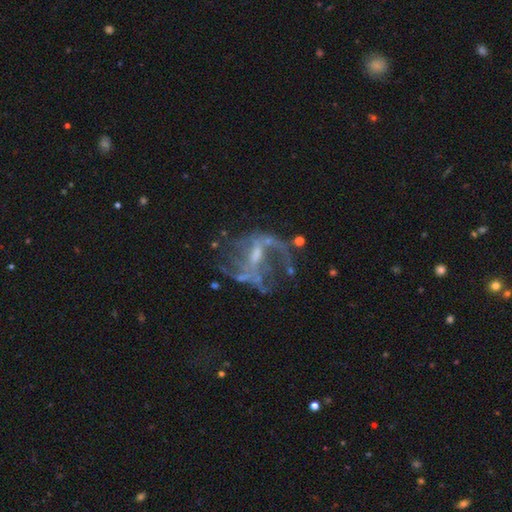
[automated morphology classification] Smooth or featured: featured or disk — 82% (star or artifact — 11%)
Edge-on disk: no — 97% (yes — 3%)
Bar: weak — 50% (no — 27%)
Spiral arms: yes — 77% (no — 23%)
Spiral winding: loose — 59% (medium — 32%)
Spiral arm count: 2 — 54% (can't tell — 20%)
Bulge size: small — 43% (moderate — 31%)
Merging: none — 46% (major disturbance — 32%)